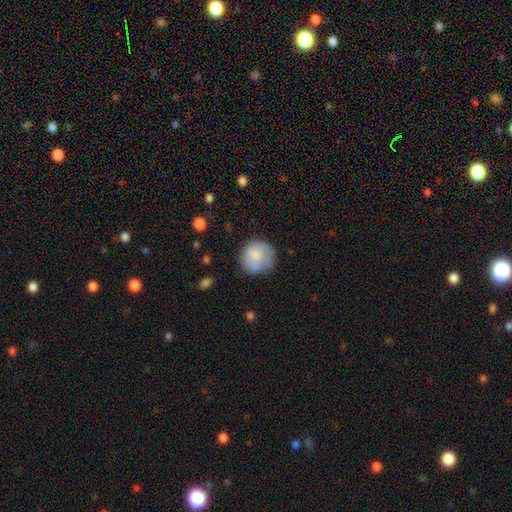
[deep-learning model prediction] Q: Smooth or featured?
A: smooth (75%); runner-up: featured or disk (18%)
Q: How rounded?
A: round (90%); runner-up: in between (9%)
Q: Merging?
A: none (66%); runner-up: minor disturbance (22%)